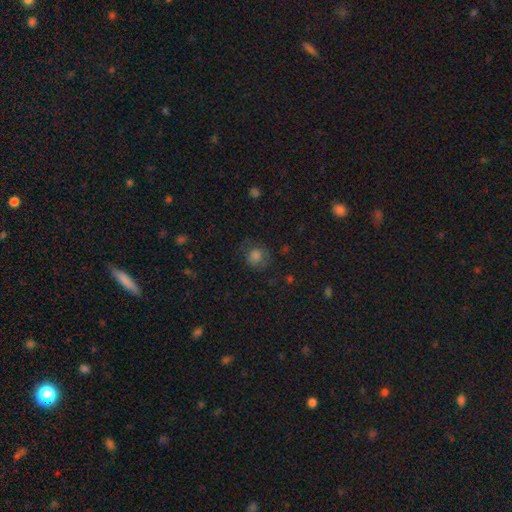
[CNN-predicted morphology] This appears to be a smooth galaxy with no disk features (70%) that is round (81%). Merging: none (67%).